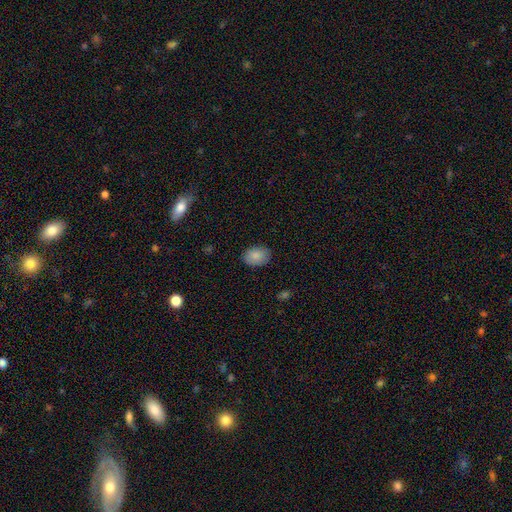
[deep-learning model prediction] smooth-or-featured: smooth: 87% | star or artifact: 7% | featured or disk: 6%
  how-rounded: in between: 76% | round: 23% | cigar-shaped: 1%
  merging: none: 85% | minor disturbance: 12% | major disturbance: 2% | merger: 1%